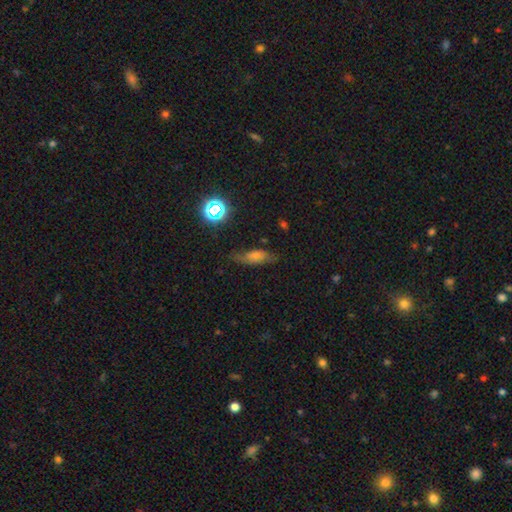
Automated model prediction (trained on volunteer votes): A smooth galaxy with no disk features (54%) that is in between round and cigar-shaped (54%). Merging: none (70%).